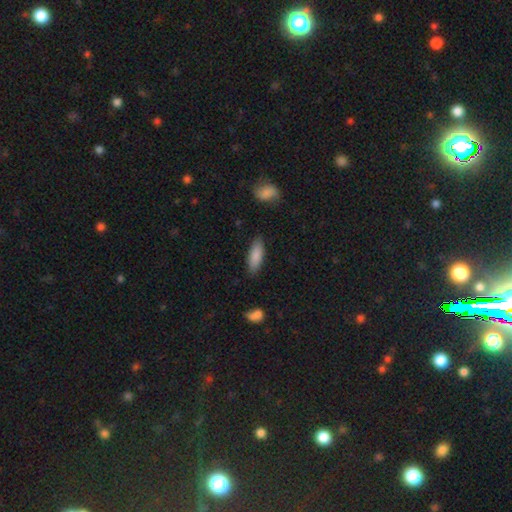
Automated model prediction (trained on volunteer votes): This is clearly a smooth galaxy (86%). How rounded: likely in between (62%). Merging: clearly none (84%).